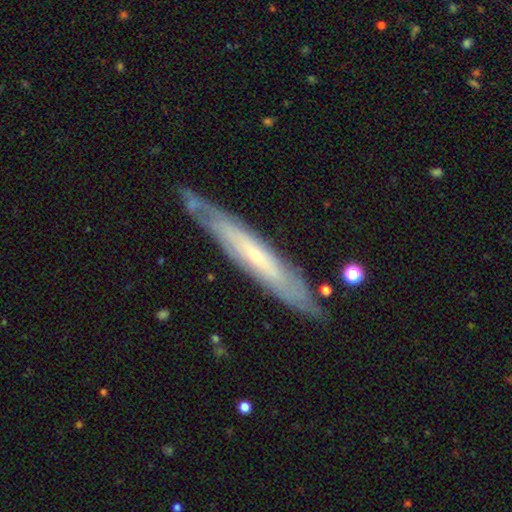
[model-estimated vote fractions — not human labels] This appears to be a featured or disk galaxy (69%) viewed edge-on (66%). Merging: none (78%).